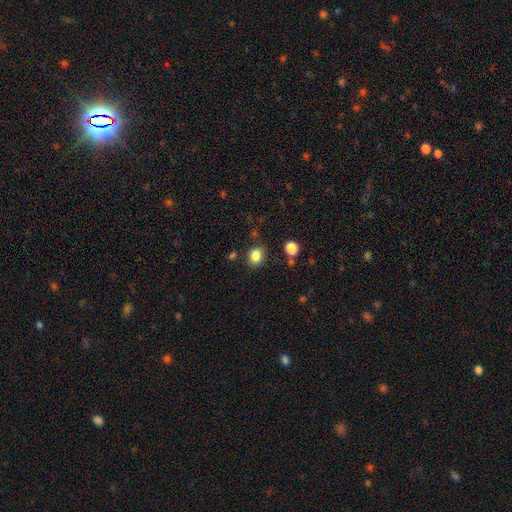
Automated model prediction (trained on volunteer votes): This appears to be a smooth galaxy with no disk features (84%) that is round (60%). Merging: none (83%).